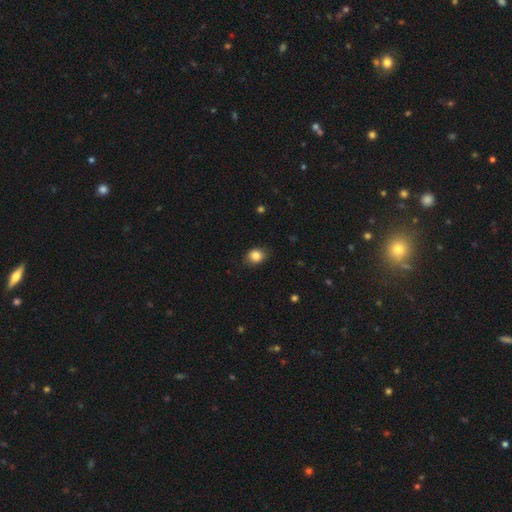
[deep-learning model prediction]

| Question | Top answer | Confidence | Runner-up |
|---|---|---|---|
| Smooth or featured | smooth | 85% | star or artifact (10%) |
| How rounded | round | 56% | in between (43%) |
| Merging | none | 82% | minor disturbance (14%) |